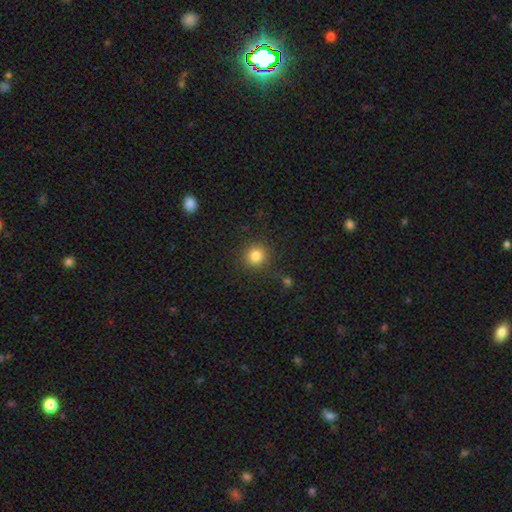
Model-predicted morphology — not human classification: Q: Smooth or featured?
A: smooth (83%); runner-up: star or artifact (12%)
Q: How rounded?
A: round (90%); runner-up: in between (9%)
Q: Merging?
A: none (87%); runner-up: minor disturbance (8%)